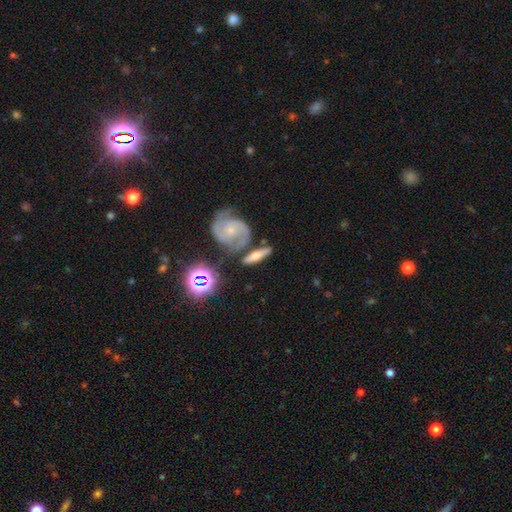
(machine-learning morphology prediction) A featured or disk galaxy (53%) viewed edge-on (53%). Merging: none (64%).